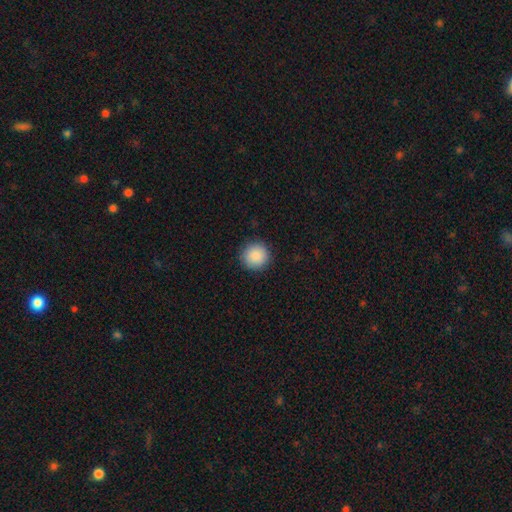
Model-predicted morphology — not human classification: Smooth or featured? Predicted: smooth (p=0.89). How rounded? Predicted: round (p=0.95). Merging? Predicted: none (p=0.92).